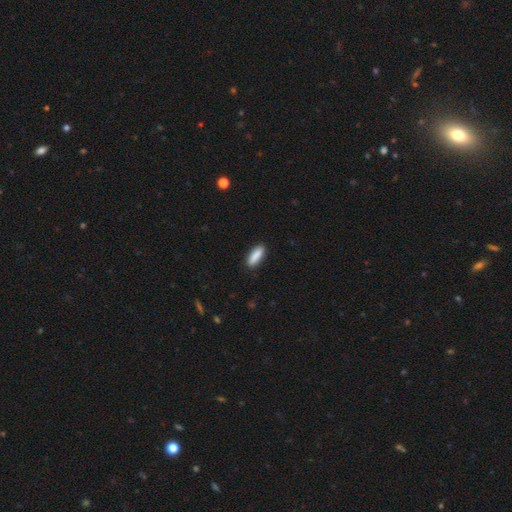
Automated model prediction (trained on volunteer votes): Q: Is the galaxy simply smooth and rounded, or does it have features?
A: smooth — 88%.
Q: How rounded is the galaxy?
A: in between — 54%.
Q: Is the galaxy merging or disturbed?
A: none — 88%.